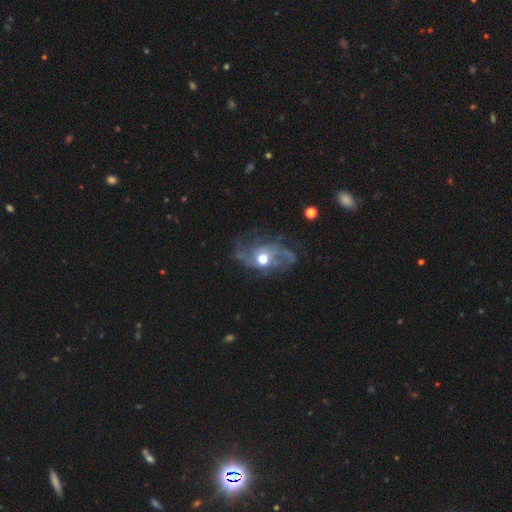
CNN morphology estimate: Smooth or featured? Predicted: featured or disk (p=0.83). Edge-on disk? Predicted: no (p=0.96). Bar? Predicted: no (p=0.70). Spiral arms? Predicted: yes (p=0.92). Spiral winding? Predicted: loose (p=0.52). Spiral arm count? Predicted: 2 (p=0.46). Bulge size? Predicted: moderate (p=0.72). Merging? Predicted: none (p=0.61).